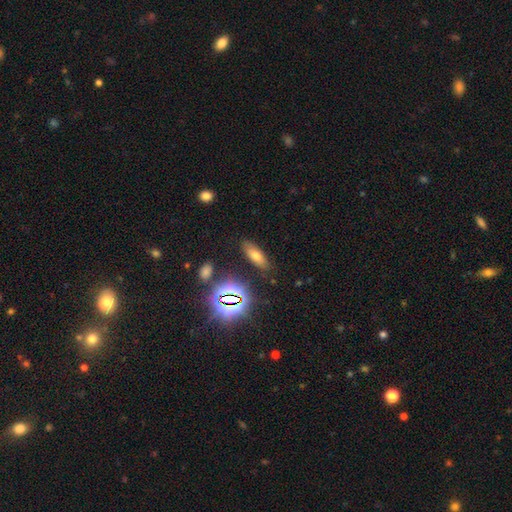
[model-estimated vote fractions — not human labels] The model was most divided on "how rounded": in between: 63%, cigar-shaped: 31%, round: 6%. More confident: merging — none (84%); smooth or featured — smooth (58%).